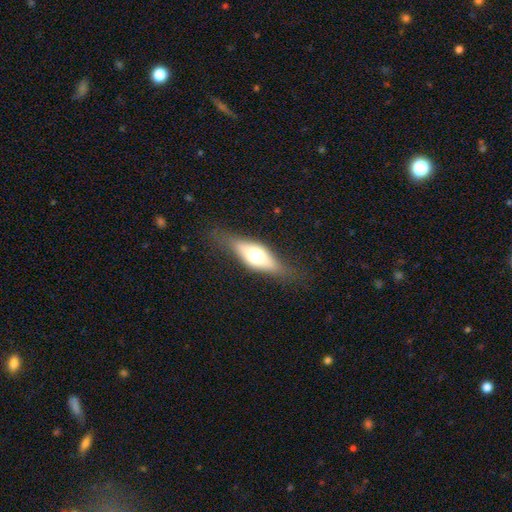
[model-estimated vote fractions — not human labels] Smooth or featured: smooth — 49% (featured or disk — 44%)
Merging: none — 74% (minor disturbance — 18%)